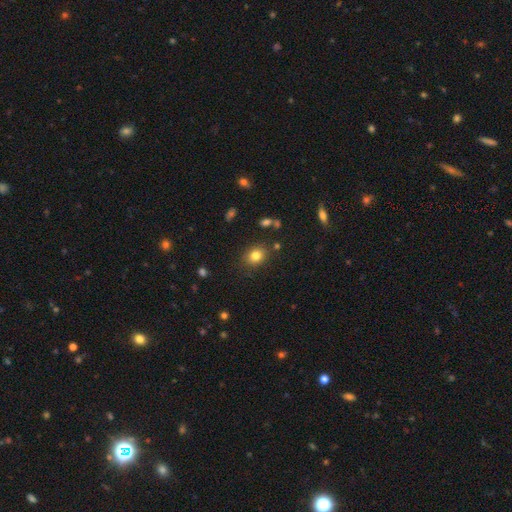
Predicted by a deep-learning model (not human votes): This appears to be a smooth galaxy with no disk features (80%) that is round (58%). Merging: none (84%).